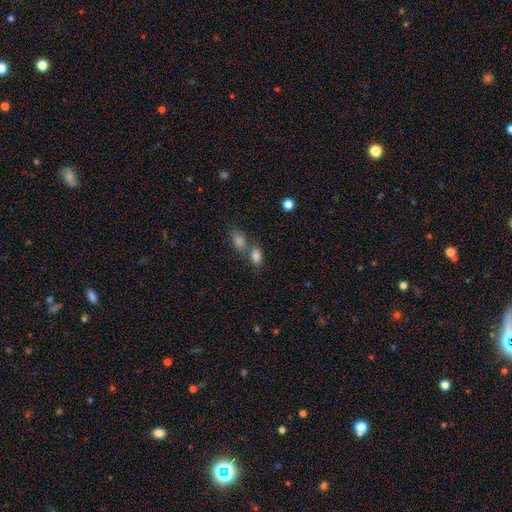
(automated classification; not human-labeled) Morphology: type=smooth (82%); roundness=in between (88%); merging=merger (44%).